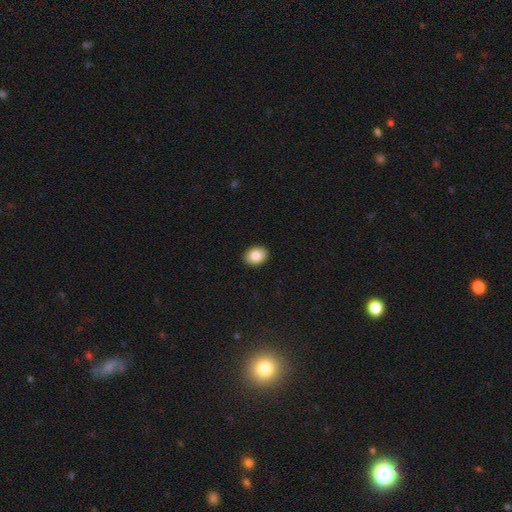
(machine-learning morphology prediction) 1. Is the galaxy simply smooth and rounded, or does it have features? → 85% smooth, 8% star or artifact, 8% featured or disk.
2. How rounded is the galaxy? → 74% in between, 25% round, 1% cigar-shaped.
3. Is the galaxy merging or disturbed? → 91% none, 7% minor disturbance, 2% major disturbance, 1% merger.